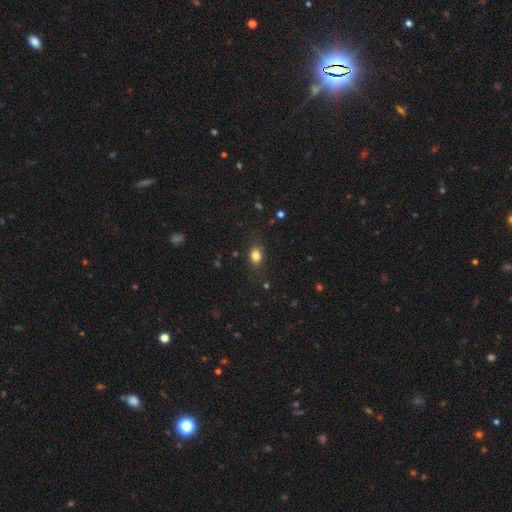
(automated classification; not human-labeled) Q: Smooth or featured?
A: smooth (81%); runner-up: star or artifact (11%)
Q: How rounded?
A: in between (67%); runner-up: round (31%)
Q: Merging?
A: none (81%); runner-up: minor disturbance (14%)